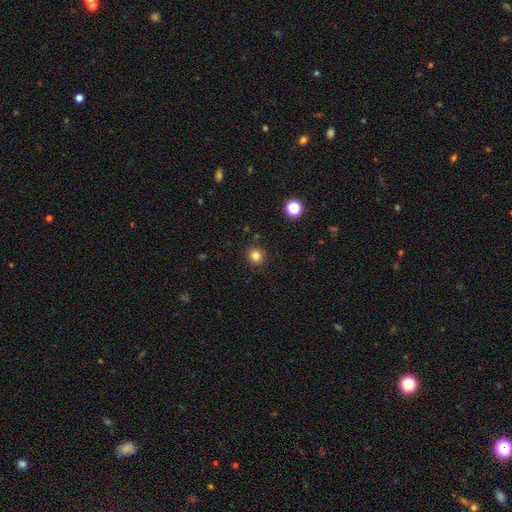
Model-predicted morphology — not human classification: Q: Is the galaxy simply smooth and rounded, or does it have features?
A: smooth — 82%.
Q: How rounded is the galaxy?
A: round — 88%.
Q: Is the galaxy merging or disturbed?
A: none — 90%.